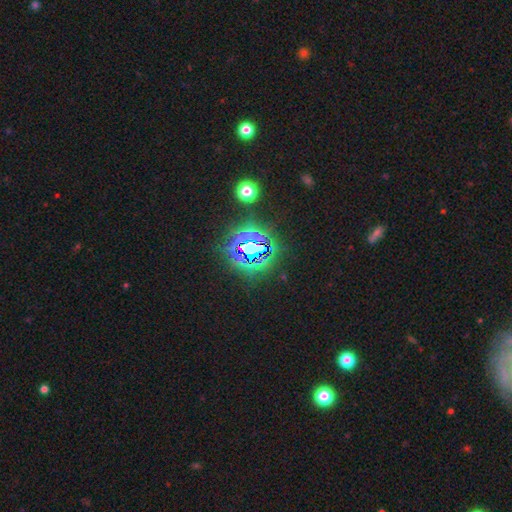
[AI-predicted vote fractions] This appears to be a star or artifact, not a galaxy (78%).